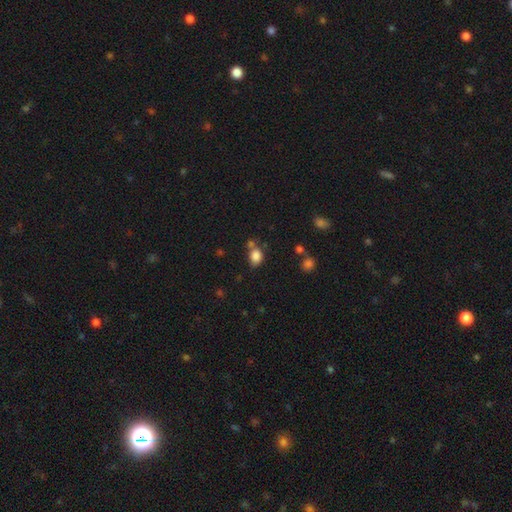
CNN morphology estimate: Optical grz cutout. It shows a smooth galaxy with no disk features (83%) that is in between round and cigar-shaped (61%). Merging: none (56%).